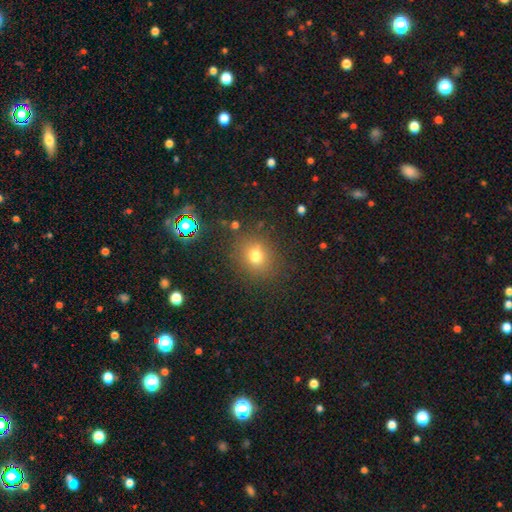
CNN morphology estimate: Q: Smooth or featured?
A: smooth (73%); runner-up: star or artifact (18%)
Q: How rounded?
A: round (75%); runner-up: in between (24%)
Q: Merging?
A: none (83%); runner-up: minor disturbance (10%)